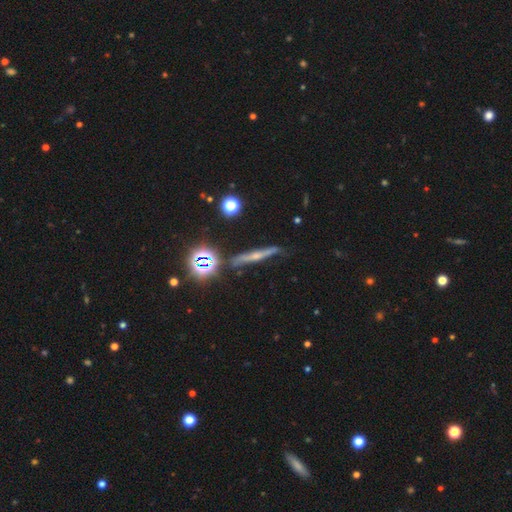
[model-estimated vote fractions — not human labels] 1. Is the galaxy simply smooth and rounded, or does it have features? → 52% featured or disk, 27% smooth, 22% star or artifact.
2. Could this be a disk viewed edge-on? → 91% yes, 9% no.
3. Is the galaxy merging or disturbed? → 79% none, 14% minor disturbance, 4% major disturbance, 3% merger.